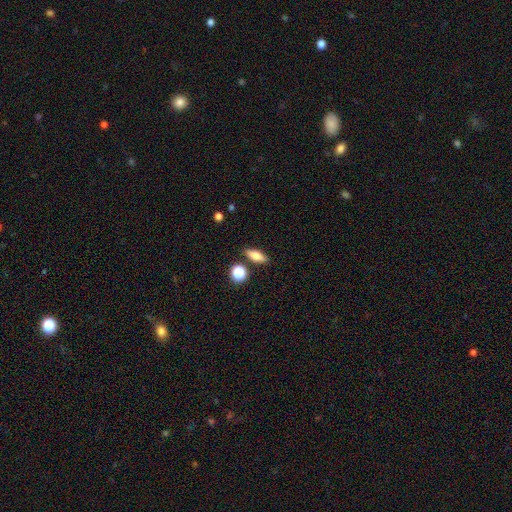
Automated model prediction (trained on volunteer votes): smooth 73%, featured or disk 18%, star or artifact 9%. Down the decision tree: how rounded — in between (63%); merging — none (82%).